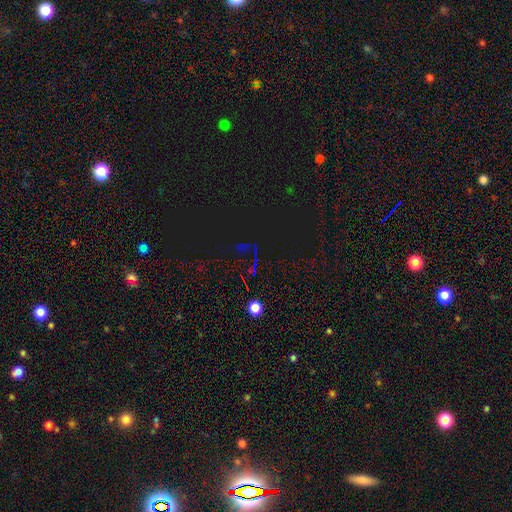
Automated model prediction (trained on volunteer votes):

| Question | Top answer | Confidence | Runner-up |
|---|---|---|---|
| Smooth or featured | star or artifact | 77% | smooth (15%) |